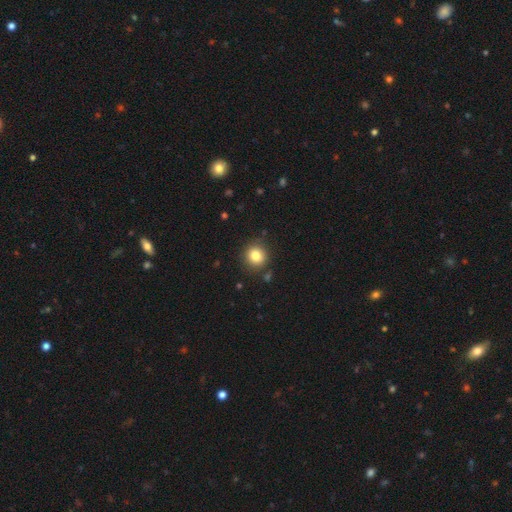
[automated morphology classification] Smooth or featured?
  - smooth: 82% *
  - star or artifact: 11%
  - featured or disk: 7%
How rounded?
  - round: 90% *
  - in between: 9%
  - cigar-shaped: 1%
Merging?
  - none: 86% *
  - minor disturbance: 9%
  - merger: 3%
  - major disturbance: 3%